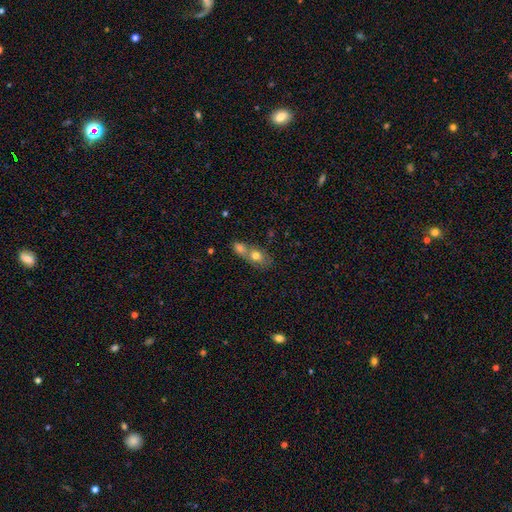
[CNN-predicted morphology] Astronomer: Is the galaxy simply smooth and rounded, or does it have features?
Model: smooth — 71%.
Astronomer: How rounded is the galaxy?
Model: in between — 64%.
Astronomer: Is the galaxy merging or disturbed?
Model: merger — 68%.